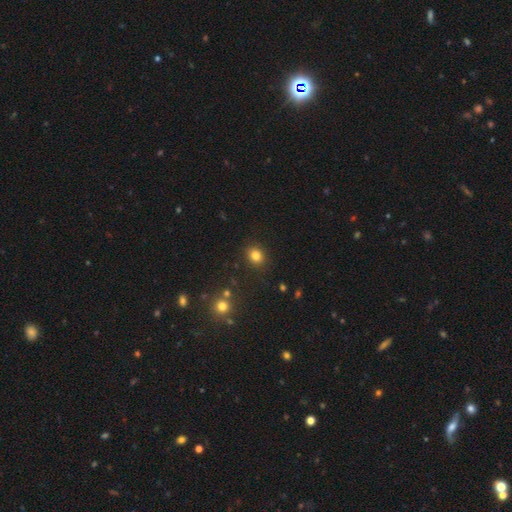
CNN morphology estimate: Smooth or featured?
  - smooth: 82% *
  - star or artifact: 12%
  - featured or disk: 6%
How rounded?
  - round: 64% *
  - in between: 35%
  - cigar-shaped: 1%
Merging?
  - none: 88% *
  - minor disturbance: 8%
  - major disturbance: 2%
  - merger: 2%